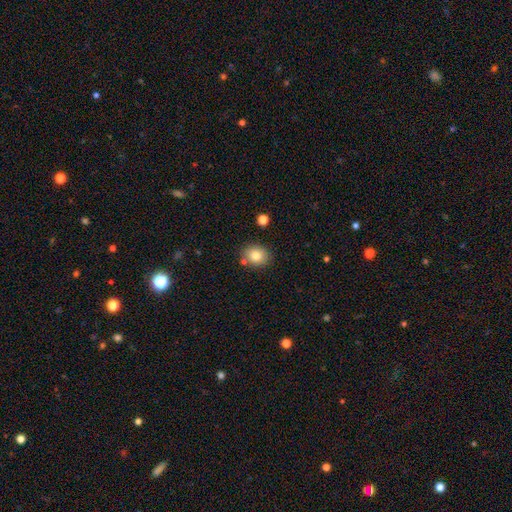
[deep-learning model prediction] Smooth or featured: smooth — 82% (star or artifact — 10%)
How rounded: round — 62% (in between — 38%)
Merging: none — 80% (minor disturbance — 11%)